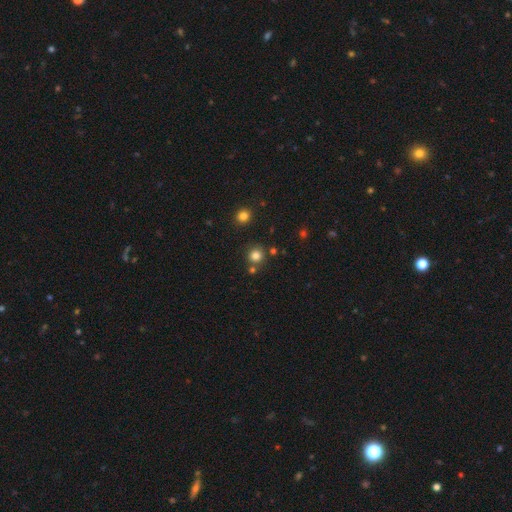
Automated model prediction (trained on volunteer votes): Morphology: type=smooth (81%); roundness=round (92%); merging=none (79%).